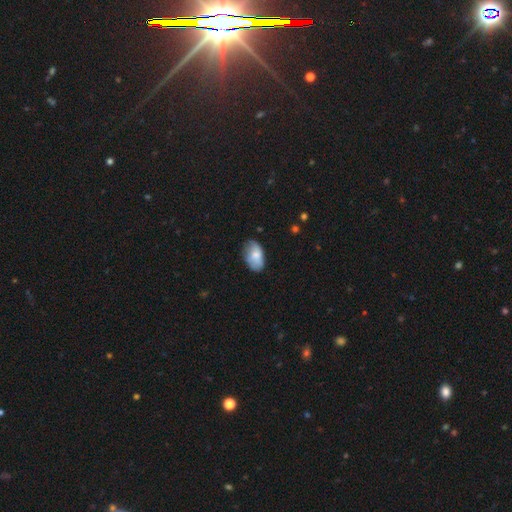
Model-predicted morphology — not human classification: Q: Smooth or featured?
A: smooth (72%); runner-up: featured or disk (21%)
Q: How rounded?
A: in between (93%); runner-up: round (5%)
Q: Merging?
A: none (65%); runner-up: minor disturbance (27%)